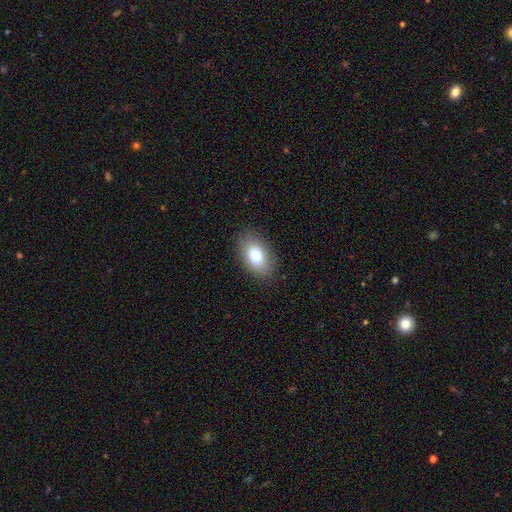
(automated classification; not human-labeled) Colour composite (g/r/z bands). It shows a smooth galaxy with no disk features (79%) that is in between round and cigar-shaped (90%). Merging: none (85%).